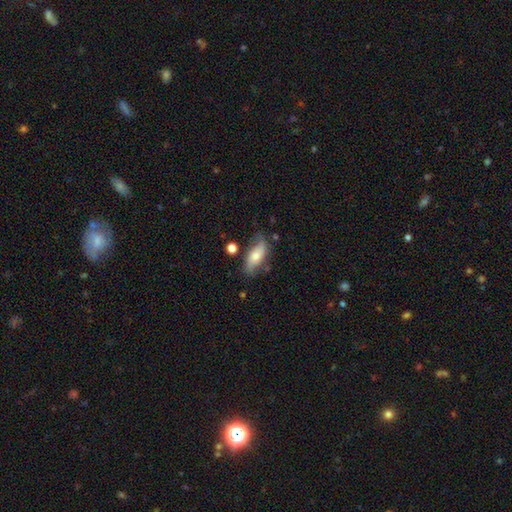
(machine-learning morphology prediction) smooth 57%, featured or disk 36%, star or artifact 8%. Down the decision tree: how rounded — in between (77%); merging — none (66%).